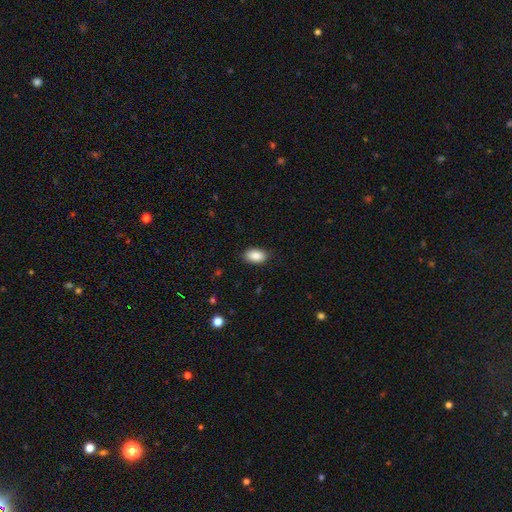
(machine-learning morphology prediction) Smooth or featured? smooth (89%)
How rounded? in between (93%)
Merging? none (87%)